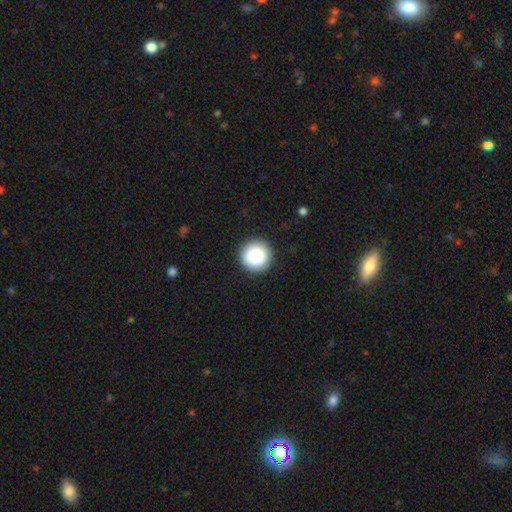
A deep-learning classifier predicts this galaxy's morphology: This is clearly a smooth galaxy (86%). How rounded: clearly round (96%). Merging: clearly none (92%).